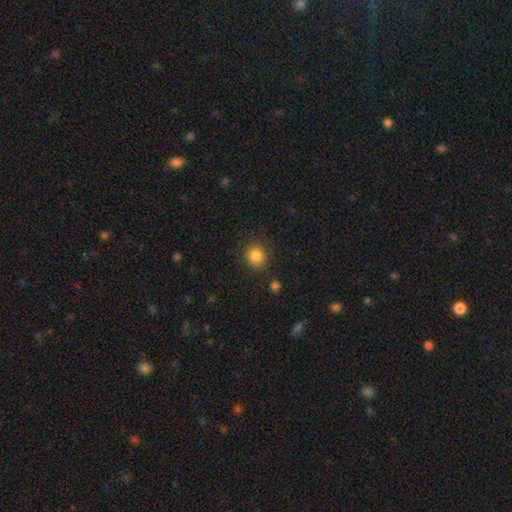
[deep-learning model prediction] Q: Smooth or featured?
A: smooth (84%); runner-up: star or artifact (11%)
Q: How rounded?
A: round (87%); runner-up: in between (12%)
Q: Merging?
A: none (86%); runner-up: minor disturbance (9%)